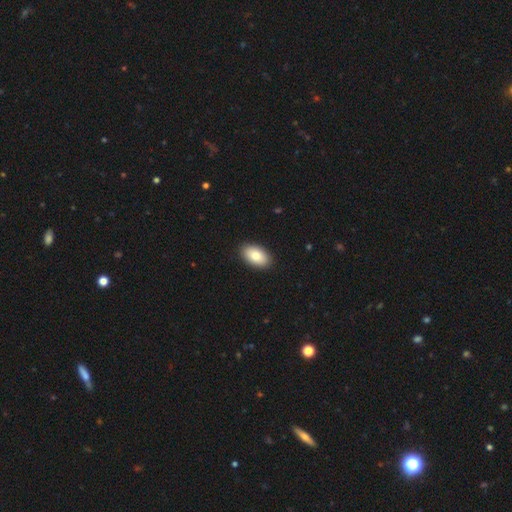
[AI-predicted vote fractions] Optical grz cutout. It shows a smooth galaxy with no disk features (83%) that is in between round and cigar-shaped (94%). Merging: none (91%).